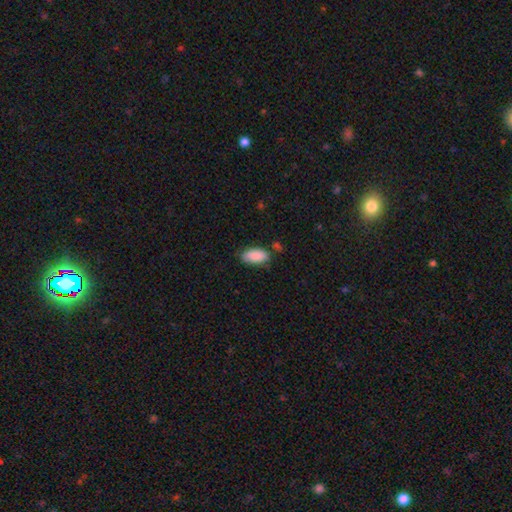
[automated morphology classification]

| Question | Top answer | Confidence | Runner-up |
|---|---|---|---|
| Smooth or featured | smooth | 88% | star or artifact (6%) |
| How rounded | in between | 93% | cigar-shaped (5%) |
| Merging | none | 73% | minor disturbance (20%) |